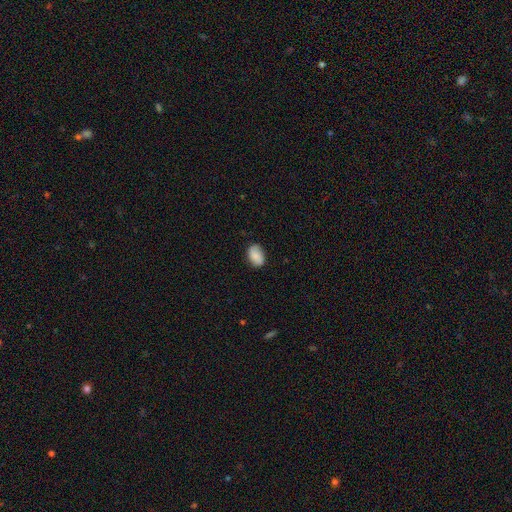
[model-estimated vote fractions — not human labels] Overall: smooth (80%). How rounded: in between (84%). Merging: none (79%).